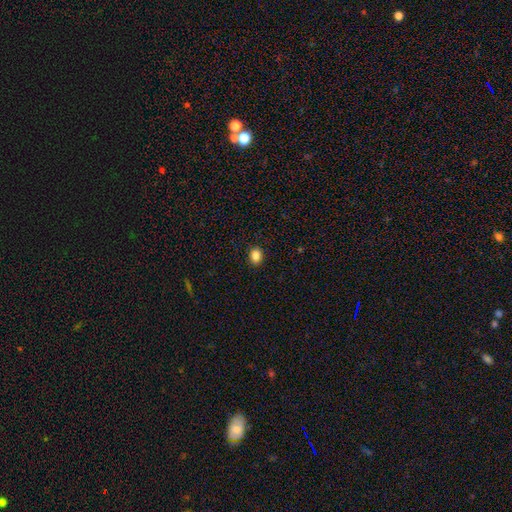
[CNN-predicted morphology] Overall: smooth (85%). How rounded: in between (50%; round 49%). Merging: none (90%).